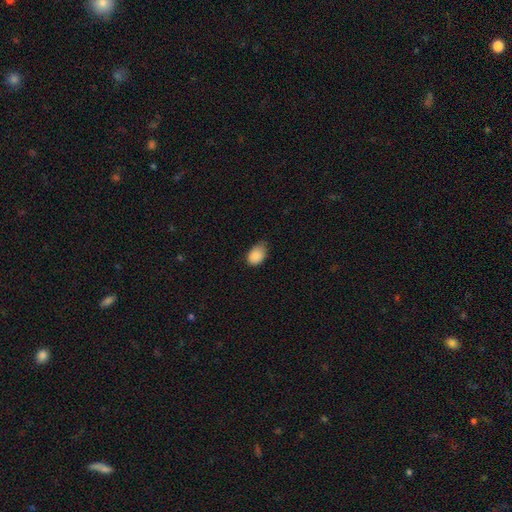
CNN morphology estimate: This is clearly a smooth galaxy (87%). How rounded: clearly in between (82%). Merging: possibly none (52%).